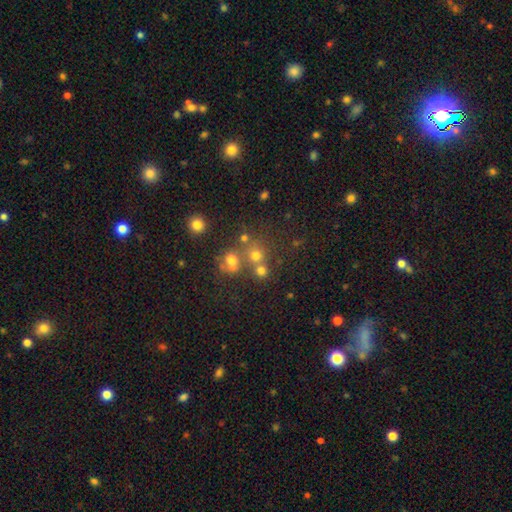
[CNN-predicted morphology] Q: Smooth or featured?
A: smooth (67%); runner-up: star or artifact (21%)
Q: How rounded?
A: round (88%); runner-up: in between (11%)
Q: Merging?
A: none (60%); runner-up: merger (28%)